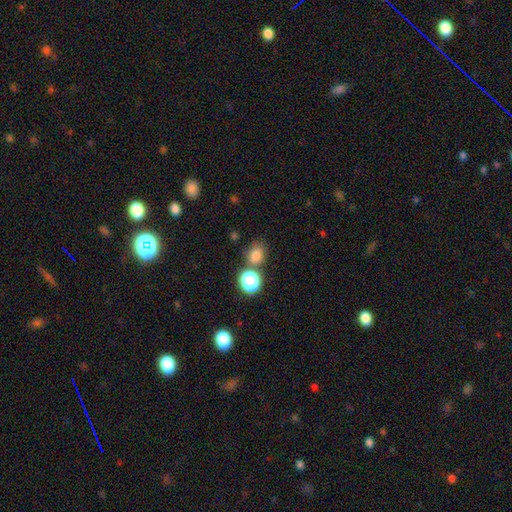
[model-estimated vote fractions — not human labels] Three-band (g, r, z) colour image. It shows a smooth galaxy with no disk features (77%) that is round (64%). Merging: none (65%).